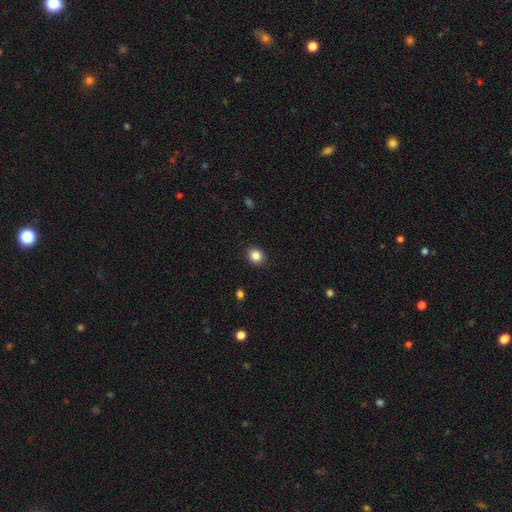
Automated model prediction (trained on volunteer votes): The model was most divided on "how rounded": round: 62%, in between: 37%, cigar-shaped: 1%. More confident: merging — none (90%); smooth or featured — smooth (85%).